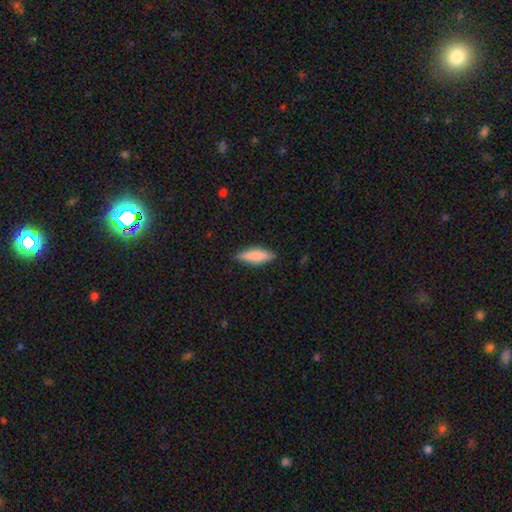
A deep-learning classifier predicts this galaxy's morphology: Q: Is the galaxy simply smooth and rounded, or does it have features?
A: smooth — 78%.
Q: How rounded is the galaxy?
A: cigar-shaped — 51%.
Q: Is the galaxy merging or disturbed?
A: none — 83%.